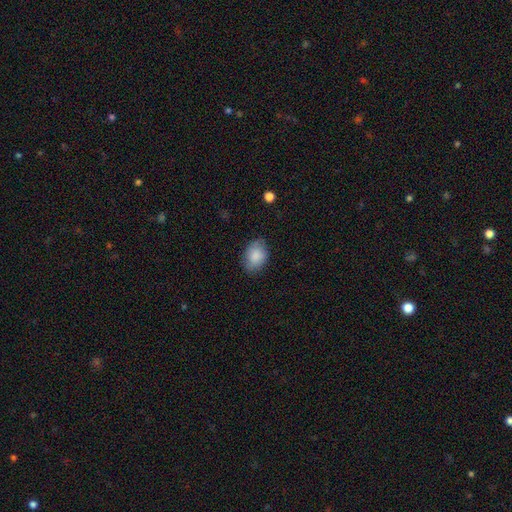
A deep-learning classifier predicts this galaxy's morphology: smooth 85%, featured or disk 9%, star or artifact 6%. Down the decision tree: how rounded — in between (80%); merging — none (78%).